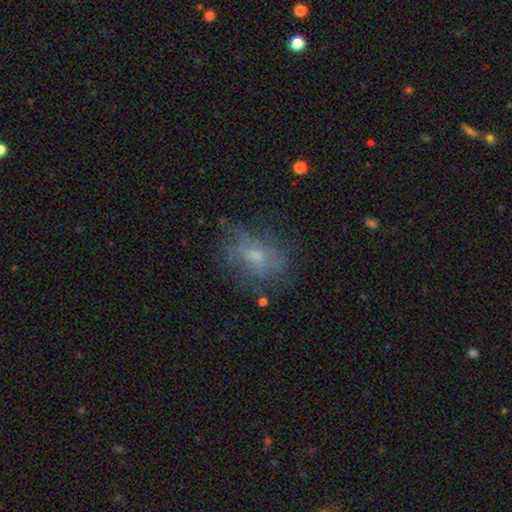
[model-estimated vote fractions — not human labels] A featured or disk galaxy (52%).

Vote fractions:
- Smooth or featured? featured or disk: 52% / smooth: 35% / star or artifact: 13%
- Edge-on disk? no: 94% / yes: 6%
- Merging? none: 58% / minor disturbance: 23% / major disturbance: 17% / merger: 2%